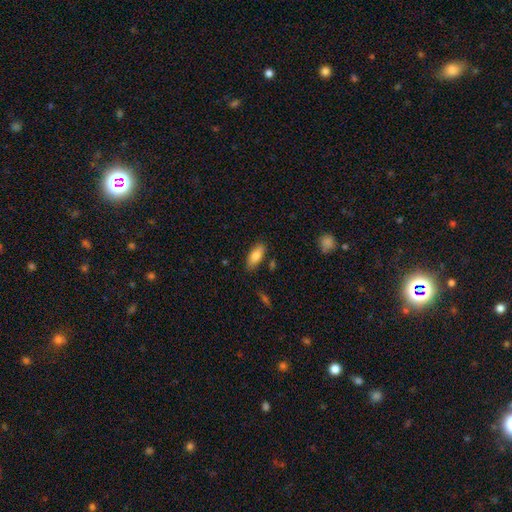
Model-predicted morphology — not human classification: The model was most divided on "how rounded": in between: 82%, cigar-shaped: 16%, round: 2%. More confident: merging — none (83%); smooth or featured — smooth (82%).